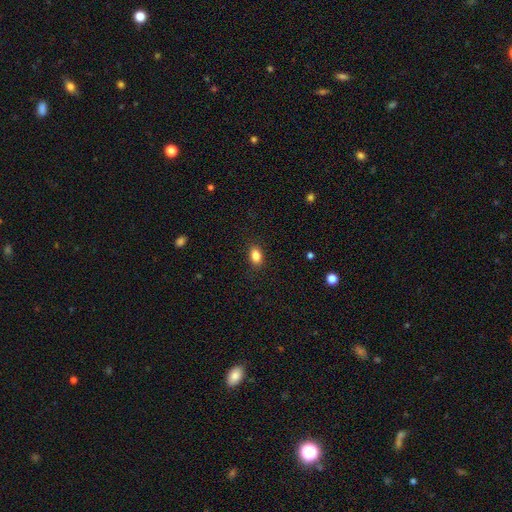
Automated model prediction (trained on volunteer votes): This appears to be a smooth galaxy with no disk features (85%) that is in between round and cigar-shaped (83%). Merging: none (88%).